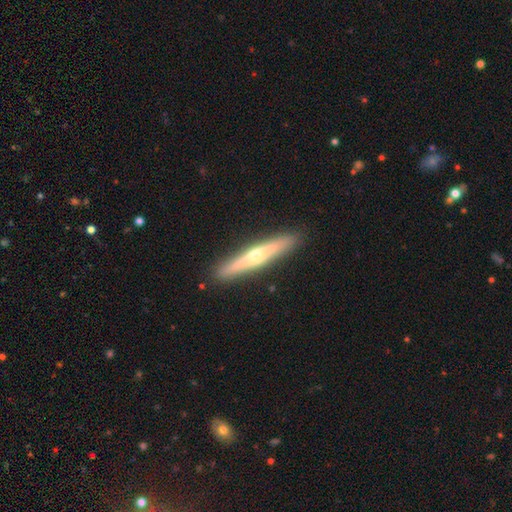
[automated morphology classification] This appears to be a featured or disk galaxy (60%) viewed edge-on (95%) with a rounded central bulge (82%). Merging: none (91%).